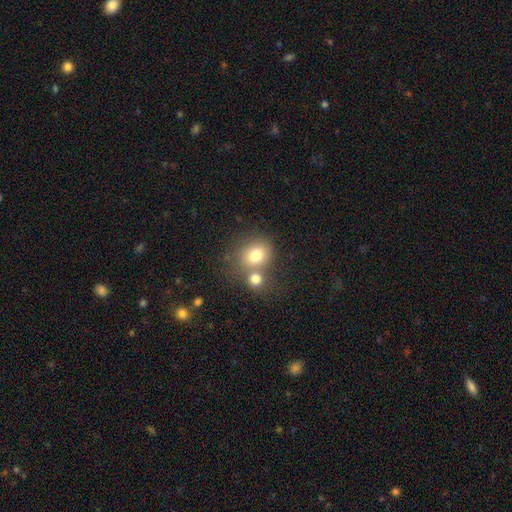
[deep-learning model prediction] A smooth galaxy with no disk features (77%) that is round (70%). Merging: none (46%).